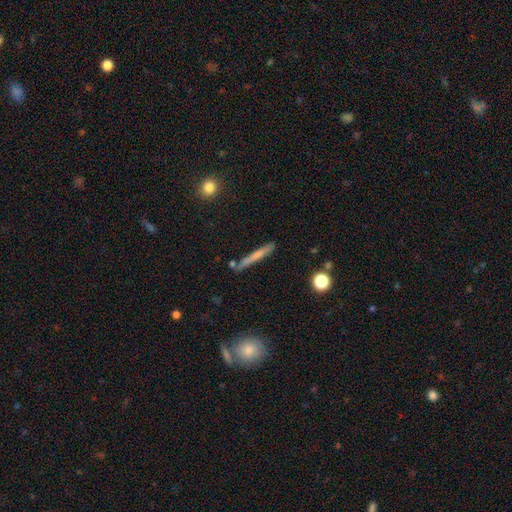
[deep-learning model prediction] Morphology: type=smooth (57%); roundness=cigar-shaped (95%); merging=none (80%).